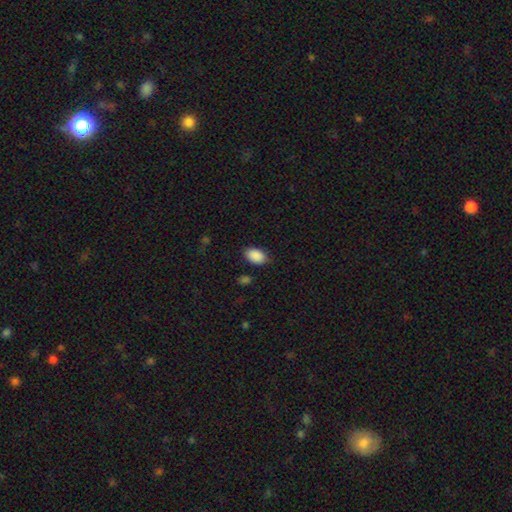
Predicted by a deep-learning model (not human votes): Overall: smooth (90%). How rounded: in between (89%). Merging: none (81%).